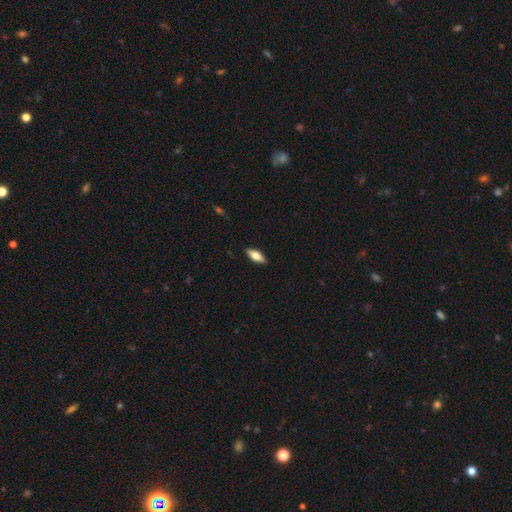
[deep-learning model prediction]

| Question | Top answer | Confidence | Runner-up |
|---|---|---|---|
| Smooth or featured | smooth | 58% | featured or disk (36%) |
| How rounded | in between | 66% | cigar-shaped (31%) |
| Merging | none | 89% | minor disturbance (9%) |